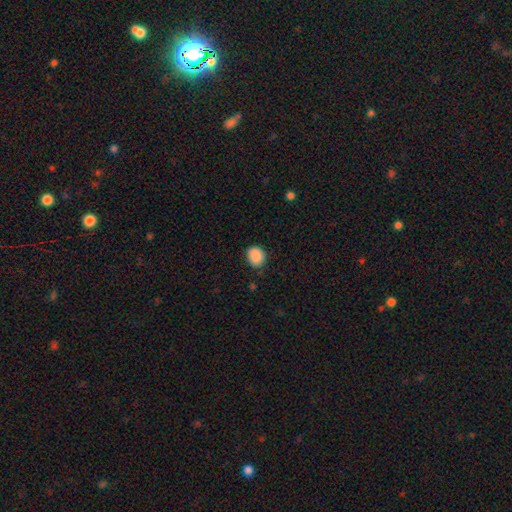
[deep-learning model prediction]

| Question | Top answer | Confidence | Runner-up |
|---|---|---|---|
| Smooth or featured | smooth | 89% | star or artifact (8%) |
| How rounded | round | 61% | in between (38%) |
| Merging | none | 82% | minor disturbance (14%) |